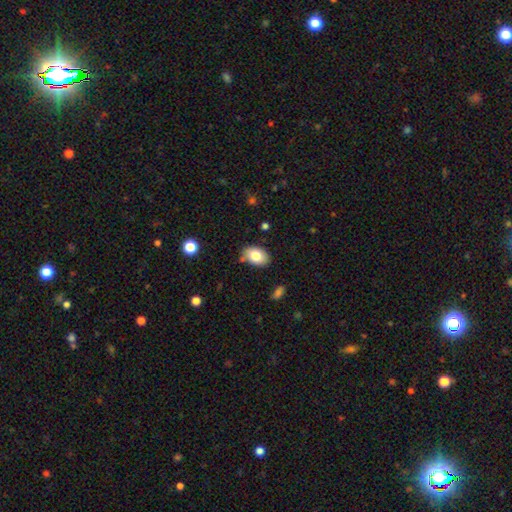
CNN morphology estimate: smooth 80%, featured or disk 12%, star or artifact 8%. Down the decision tree: how rounded — in between (86%); merging — none (81%).